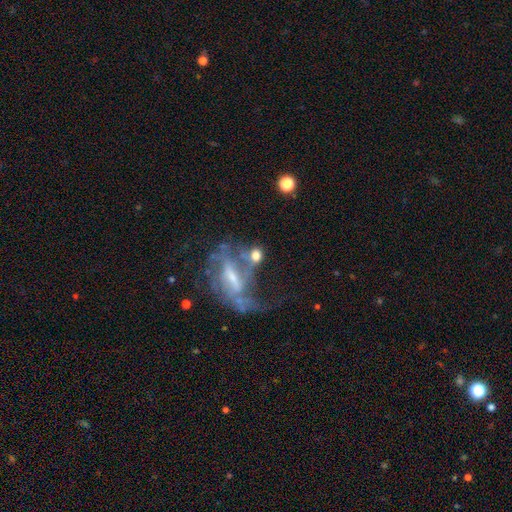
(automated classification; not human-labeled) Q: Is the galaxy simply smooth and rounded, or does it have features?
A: smooth — 44%.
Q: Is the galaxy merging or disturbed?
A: none — 35%.